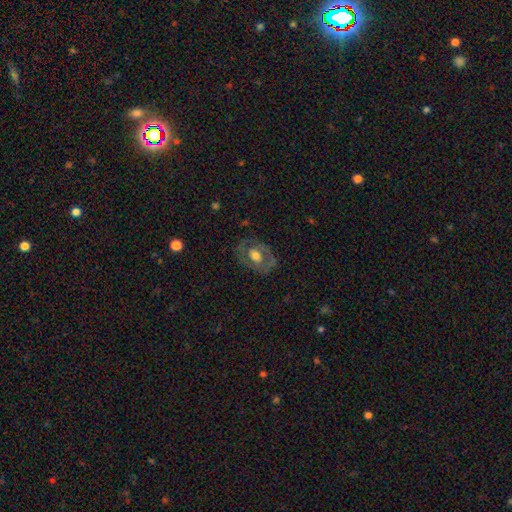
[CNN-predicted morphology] smooth_or_featured: featured or disk (p=0.55) [alt: smooth p=0.38]
disk_edge_on: no (p=0.94) [alt: yes p=0.06]
bar: no (p=0.73) [alt: weak p=0.21]
has_spiral_arms: no (p=0.71) [alt: yes p=0.29]
bulge_size: moderate (p=0.56) [alt: large p=0.33]
merging: none (p=0.70) [alt: minor disturbance p=0.19]